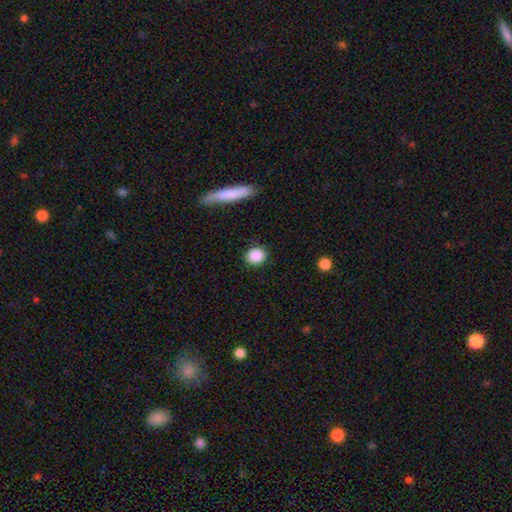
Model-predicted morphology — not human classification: Smooth or featured? smooth (88%)
How rounded? round (78%)
Merging? none (87%)